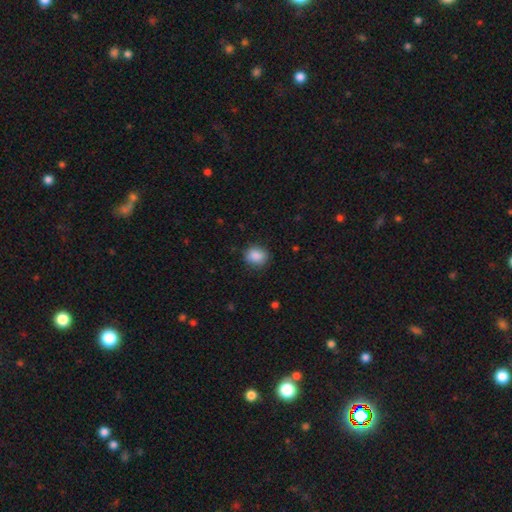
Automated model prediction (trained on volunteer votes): Q: Smooth or featured?
A: smooth (88%); runner-up: star or artifact (8%)
Q: How rounded?
A: round (69%); runner-up: in between (30%)
Q: Merging?
A: none (85%); runner-up: minor disturbance (12%)